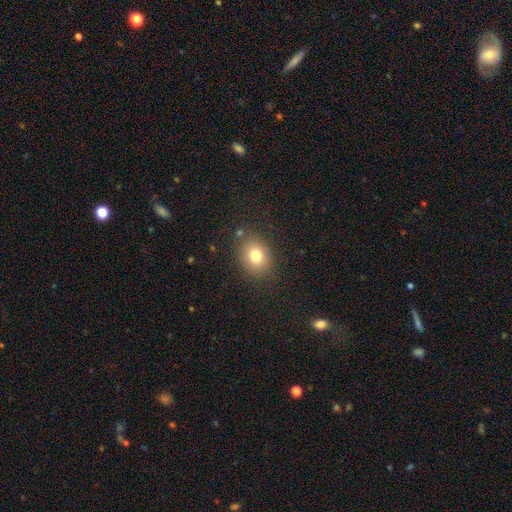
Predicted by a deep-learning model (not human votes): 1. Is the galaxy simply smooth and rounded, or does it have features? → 78% smooth, 11% star or artifact, 10% featured or disk.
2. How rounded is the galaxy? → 50% in between, 49% round, 1% cigar-shaped.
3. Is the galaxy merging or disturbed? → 83% none, 11% minor disturbance, 4% major disturbance, 2% merger.